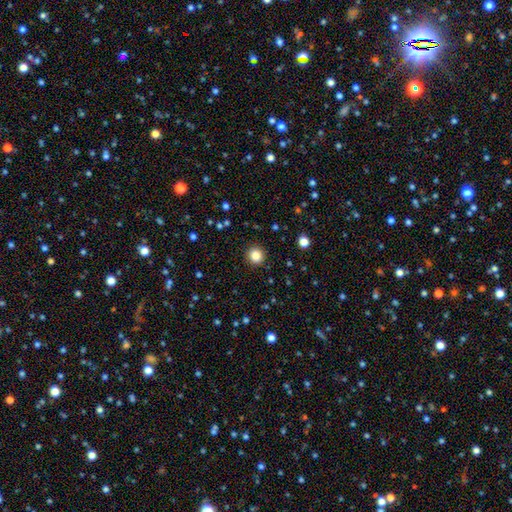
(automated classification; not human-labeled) smooth_or_featured: smooth (p=0.85) [alt: star or artifact p=0.11]
how_rounded: round (p=0.92) [alt: in between p=0.07]
merging: none (p=0.92) [alt: minor disturbance p=0.05]